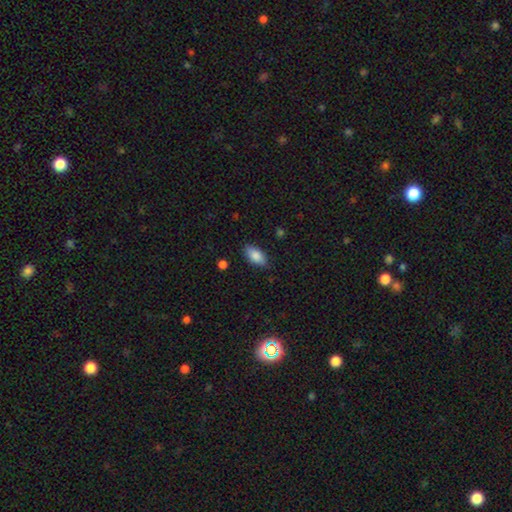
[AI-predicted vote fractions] Smooth or featured?
  - smooth: 86% *
  - featured or disk: 7%
  - star or artifact: 7%
How rounded?
  - in between: 91% *
  - cigar-shaped: 7%
  - round: 3%
Merging?
  - none: 84% *
  - minor disturbance: 12%
  - major disturbance: 3%
  - merger: 1%